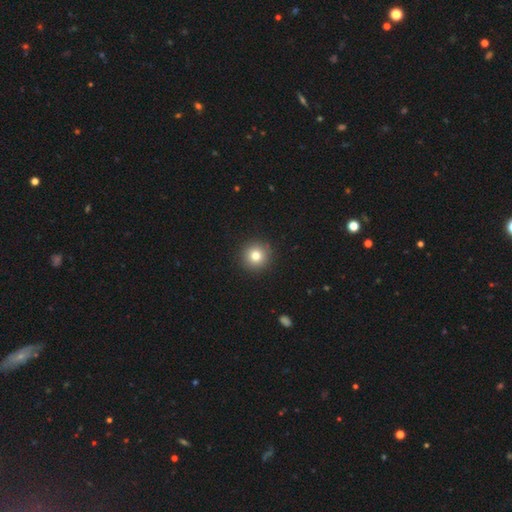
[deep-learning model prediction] Q: Smooth or featured?
A: smooth (79%); runner-up: star or artifact (11%)
Q: How rounded?
A: round (95%); runner-up: in between (4%)
Q: Merging?
A: none (92%); runner-up: minor disturbance (5%)